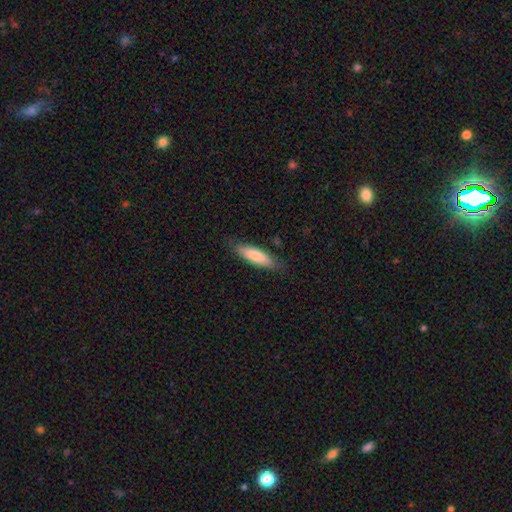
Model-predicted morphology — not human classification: A smooth galaxy with no disk features (78%) that is cigar-shaped (58%).

Vote fractions:
- Smooth or featured? smooth: 78% / featured or disk: 17% / star or artifact: 5%
- How rounded? cigar-shaped: 58% / in between: 40% / round: 1%
- Merging? none: 83% / minor disturbance: 14% / major disturbance: 3% / merger: 1%